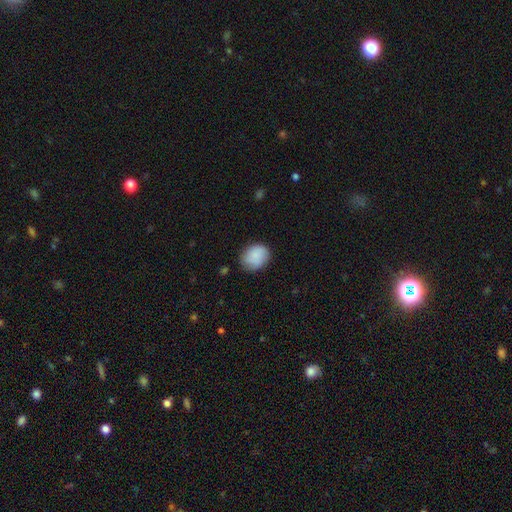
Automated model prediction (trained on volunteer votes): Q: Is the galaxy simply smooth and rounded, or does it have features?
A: smooth — 86%.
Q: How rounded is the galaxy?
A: round — 57%.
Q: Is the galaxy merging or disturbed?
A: none — 75%.